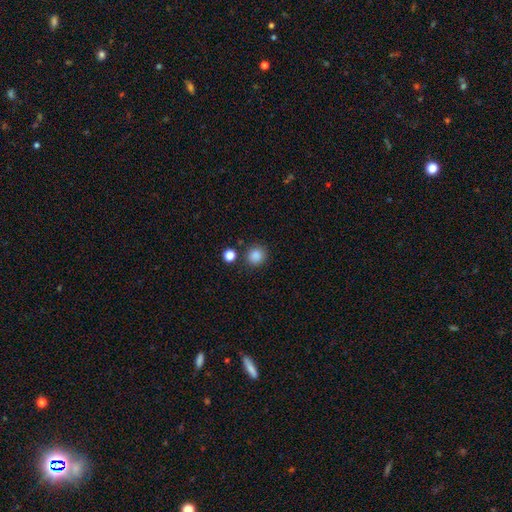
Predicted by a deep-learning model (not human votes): Smooth or featured?
  - smooth: 86% *
  - star or artifact: 11%
  - featured or disk: 3%
How rounded?
  - round: 88% *
  - in between: 11%
  - cigar-shaped: 1%
Merging?
  - none: 84% *
  - minor disturbance: 8%
  - merger: 5%
  - major disturbance: 3%